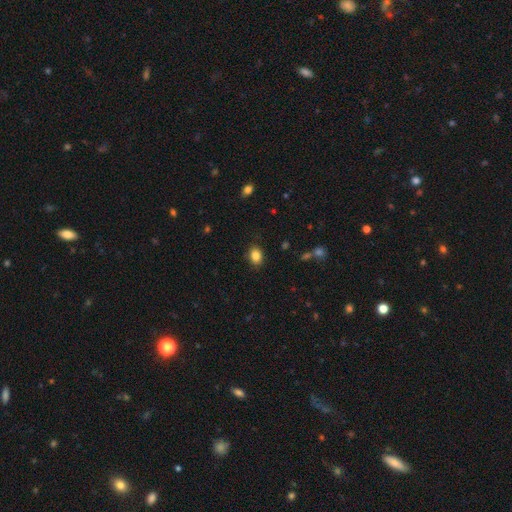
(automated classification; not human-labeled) smooth_or_featured: smooth (p=0.84) [alt: star or artifact p=0.10]
how_rounded: in between (p=0.66) [alt: round p=0.33]
merging: none (p=0.86) [alt: minor disturbance p=0.10]